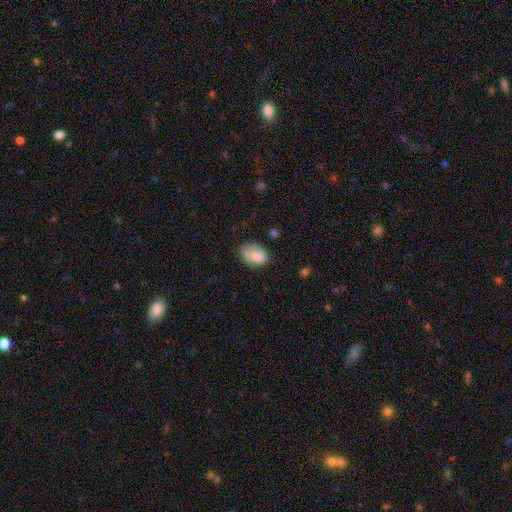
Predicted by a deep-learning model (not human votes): smooth-or-featured: smooth: 78% | featured or disk: 15% | star or artifact: 7%
  how-rounded: in between: 81% | round: 18% | cigar-shaped: 1%
  merging: none: 65% | minor disturbance: 27% | major disturbance: 6% | merger: 2%